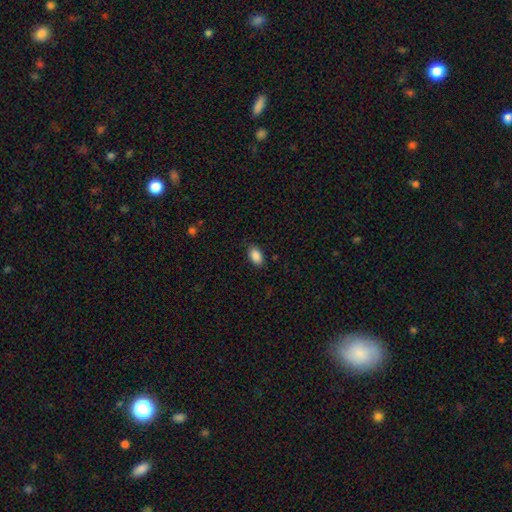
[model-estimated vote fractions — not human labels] A smooth galaxy with no disk features (89%) that is in between round and cigar-shaped (92%).

Vote fractions:
- Smooth or featured? smooth: 89% / star or artifact: 7% / featured or disk: 4%
- How rounded? in between: 92% / round: 6% / cigar-shaped: 2%
- Merging? none: 84% / minor disturbance: 12% / major disturbance: 3% / merger: 1%